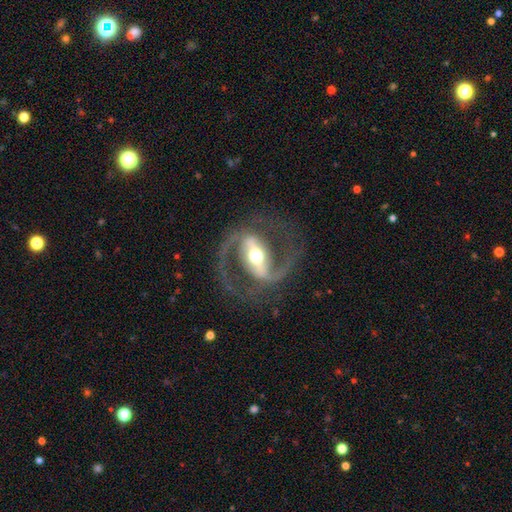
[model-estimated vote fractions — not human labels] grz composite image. It shows a featured or disk galaxy (91%) with a strong bar (75%), 2 (93%) medium (60%) spiral arms (93%) and a moderate central bulge (69%). Merging: none (78%).